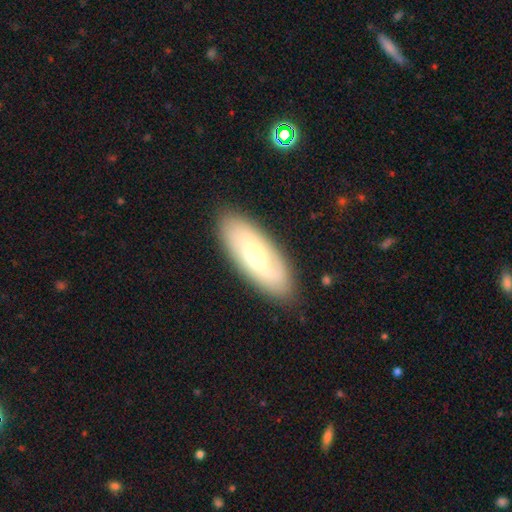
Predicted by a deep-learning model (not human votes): Q: Smooth or featured?
A: featured or disk (53%); runner-up: smooth (40%)
Q: Edge-on disk?
A: no (86%); runner-up: yes (14%)
Q: Merging?
A: none (85%); runner-up: minor disturbance (10%)